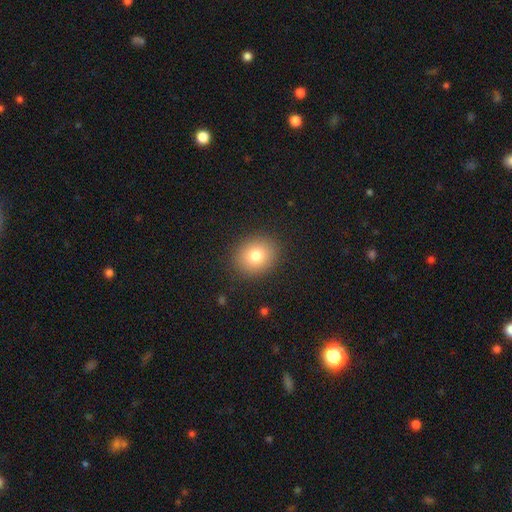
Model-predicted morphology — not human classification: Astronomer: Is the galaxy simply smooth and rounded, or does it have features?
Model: smooth — 80%.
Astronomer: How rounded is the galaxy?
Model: round — 64%.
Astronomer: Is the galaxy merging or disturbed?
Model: none — 89%.